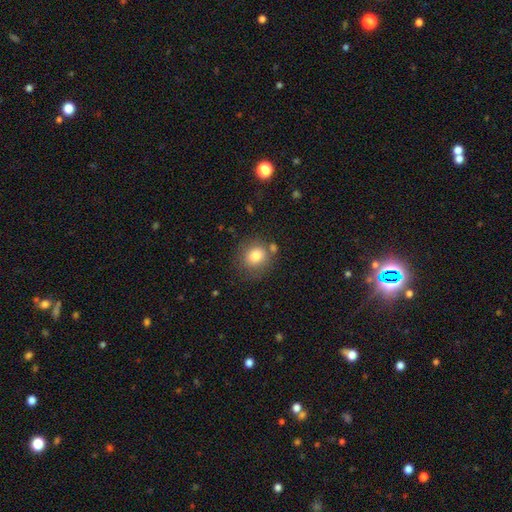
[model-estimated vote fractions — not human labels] smooth 79%, star or artifact 11%, featured or disk 10%. Down the decision tree: how rounded — round (82%); merging — none (75%).